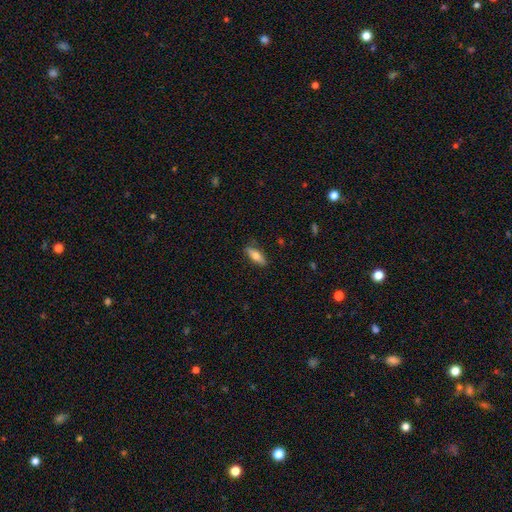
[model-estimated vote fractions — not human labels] Morphology: type=smooth (68%); roundness=in between (53%); merging=none (84%).